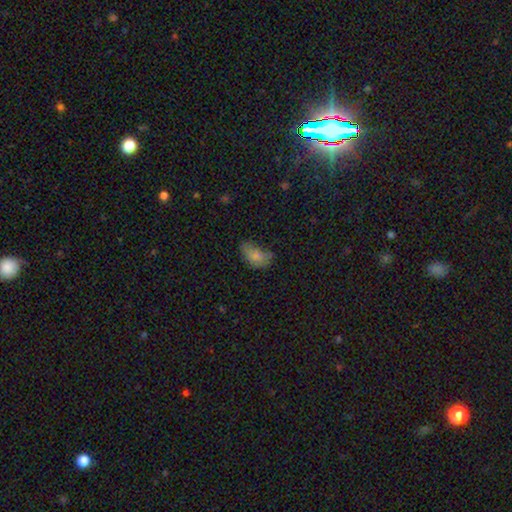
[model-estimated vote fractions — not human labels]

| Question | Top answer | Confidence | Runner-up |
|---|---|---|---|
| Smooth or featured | smooth | 75% | featured or disk (14%) |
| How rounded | in between | 90% | round (7%) |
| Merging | none | 38% | minor disturbance (35%) |